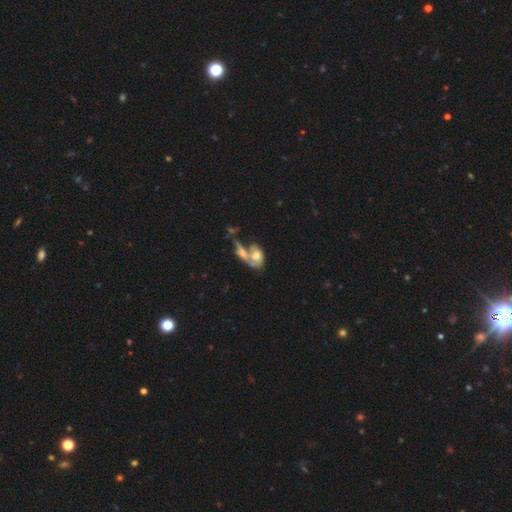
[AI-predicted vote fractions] This appears to be a smooth galaxy with no disk features (46%). Merging: merger (70%).